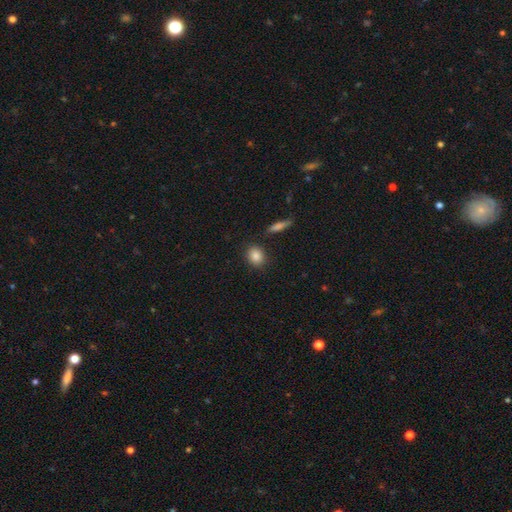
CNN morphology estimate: smooth-or-featured: smooth: 86% | star or artifact: 8% | featured or disk: 6%
  how-rounded: round: 62% | in between: 35% | cigar-shaped: 2%
  merging: none: 86% | minor disturbance: 8% | merger: 3% | major disturbance: 2%